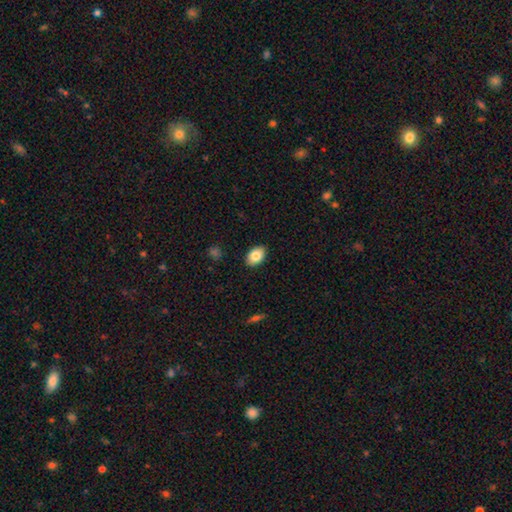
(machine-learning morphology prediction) Smooth or featured: smooth — 84% (featured or disk — 9%)
How rounded: in between — 88% (round — 11%)
Merging: none — 89% (minor disturbance — 8%)